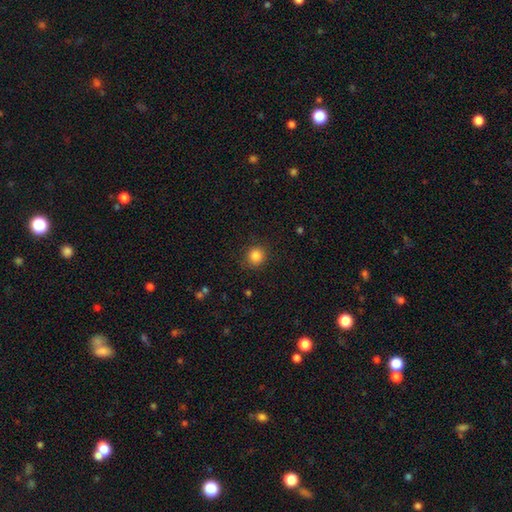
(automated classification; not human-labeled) Smooth or featured: smooth — 85% (star or artifact — 11%)
How rounded: round — 90% (in between — 9%)
Merging: none — 88% (minor disturbance — 9%)